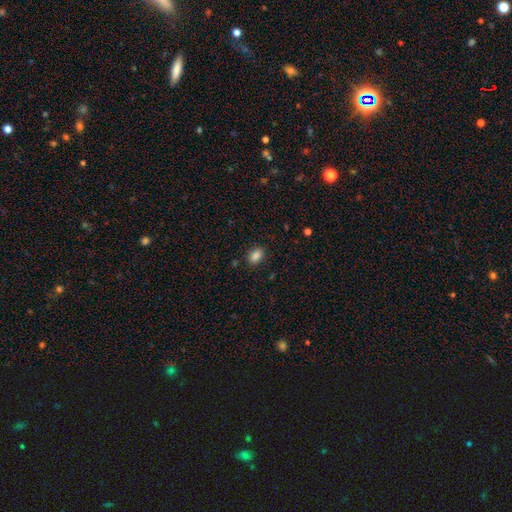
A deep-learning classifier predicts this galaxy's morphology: Smooth or featured?
  - smooth: 86% *
  - star or artifact: 10%
  - featured or disk: 4%
How rounded?
  - in between: 79% *
  - round: 20%
  - cigar-shaped: 1%
Merging?
  - none: 86% *
  - minor disturbance: 10%
  - major disturbance: 3%
  - merger: 1%